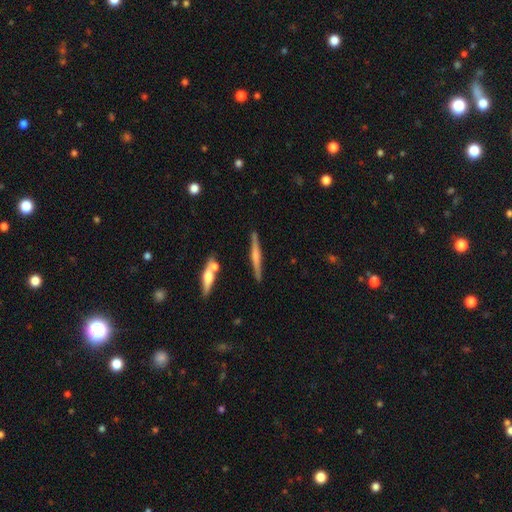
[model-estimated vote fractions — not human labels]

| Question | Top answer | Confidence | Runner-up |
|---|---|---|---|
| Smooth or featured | featured or disk | 61% | smooth (33%) |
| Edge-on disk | yes | 97% | no (3%) |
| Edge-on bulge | rounded | 67% | none (19%) |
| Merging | none | 85% | minor disturbance (8%) |